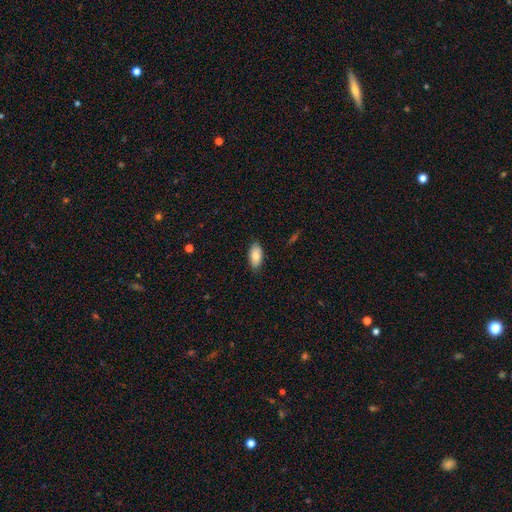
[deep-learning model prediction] Smooth or featured? smooth (83%)
How rounded? in between (93%)
Merging? none (84%)